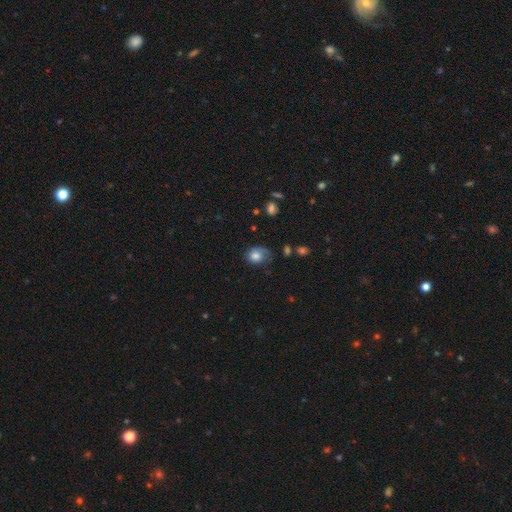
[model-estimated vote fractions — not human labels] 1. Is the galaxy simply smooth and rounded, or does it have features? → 76% smooth, 14% featured or disk, 10% star or artifact.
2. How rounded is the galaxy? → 53% round, 46% in between, 1% cigar-shaped.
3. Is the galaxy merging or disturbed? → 51% none, 31% minor disturbance, 15% major disturbance, 2% merger.